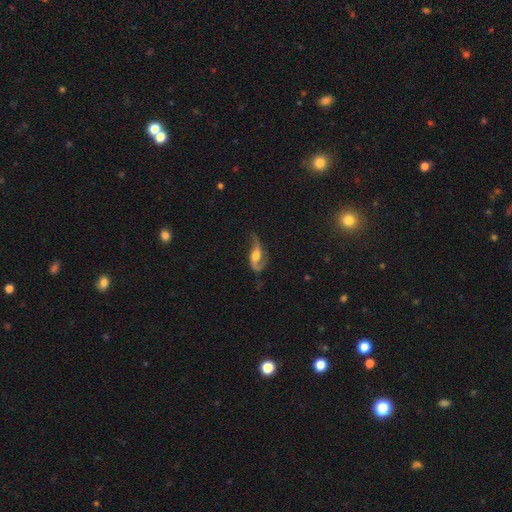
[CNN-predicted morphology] A featured or disk galaxy (78%) with no bar (55%), 2 (86%) loose (77%) spiral arms (92%) and a moderate central bulge (62%). Merging: none (53%).